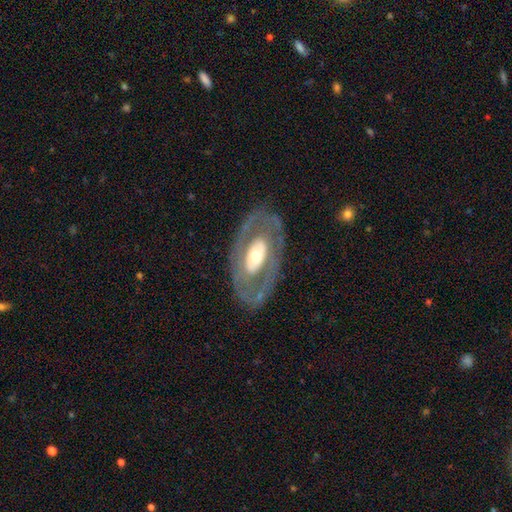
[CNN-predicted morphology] The model was most divided on "spiral arms": no: 62%, yes: 38%. More confident: edge-on disk — no (91%); merging — none (77%); smooth or featured — featured or disk (71%); bar — no (68%); bulge size — moderate (58%).